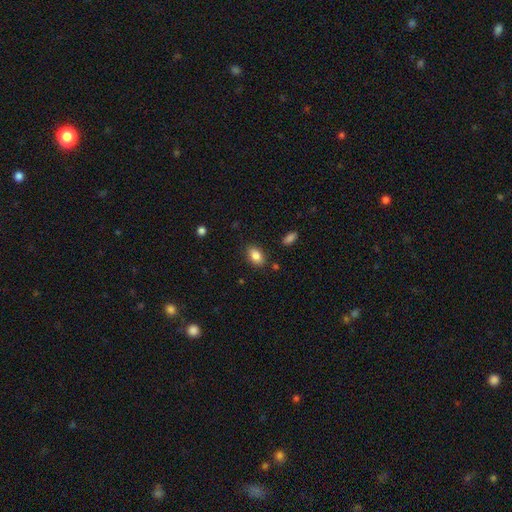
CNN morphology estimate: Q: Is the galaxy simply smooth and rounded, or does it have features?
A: smooth — 84%.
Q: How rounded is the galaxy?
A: in between — 87%.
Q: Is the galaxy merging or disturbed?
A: none — 85%.